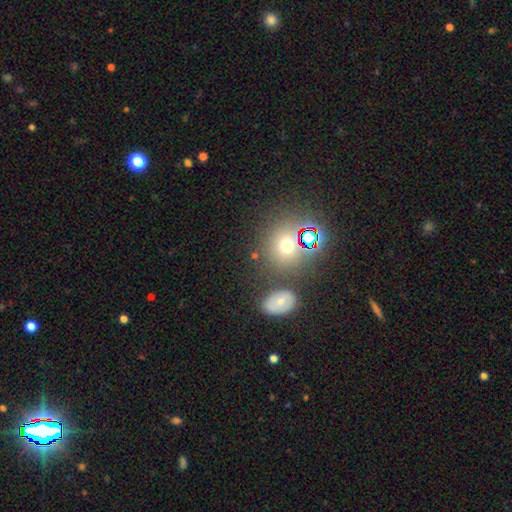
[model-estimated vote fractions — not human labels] Overall: smooth (49%; star or artifact 35%). Merging: none (75%).